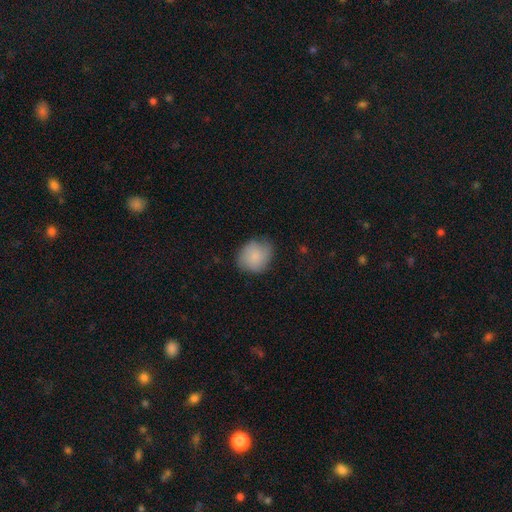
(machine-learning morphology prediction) Smooth or featured? smooth (81%)
How rounded? round (71%)
Merging? none (68%)